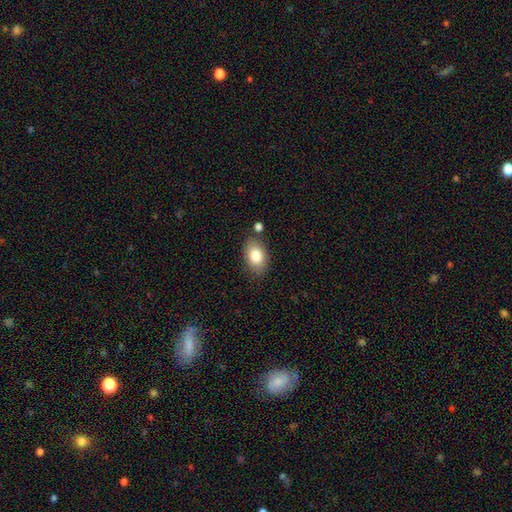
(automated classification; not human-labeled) smooth_or_featured: smooth (p=0.82) [alt: featured or disk p=0.11]
how_rounded: in between (p=0.87) [alt: round p=0.11]
merging: none (p=0.77) [alt: minor disturbance p=0.13]